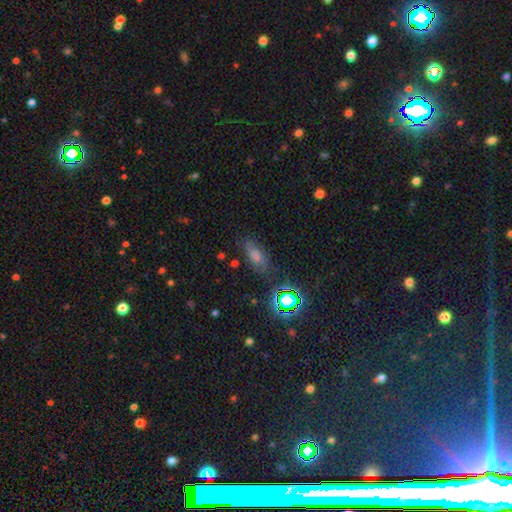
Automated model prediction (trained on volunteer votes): Smooth or featured? Predicted: smooth (p=0.49). Merging? Predicted: none (p=0.74).